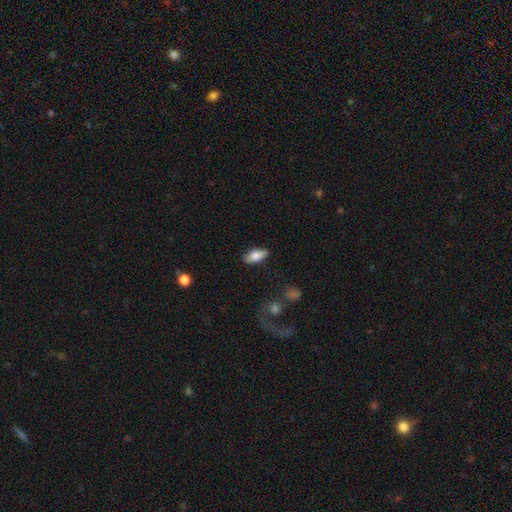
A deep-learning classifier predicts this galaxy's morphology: type=smooth (71%); roundness=in between (86%); merging=none (83%).